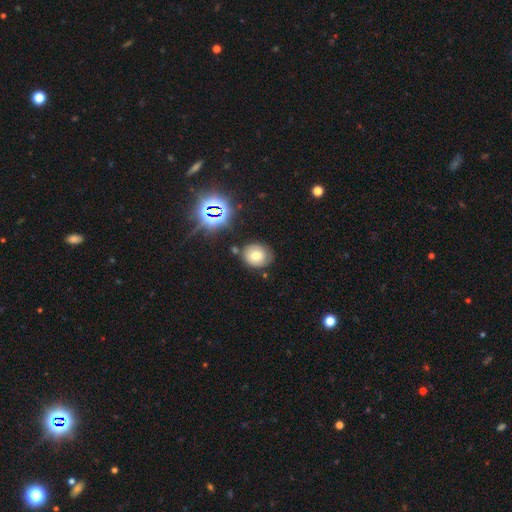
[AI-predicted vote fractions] This appears to be a smooth galaxy with no disk features (69%) that is round (70%). Merging: none (73%).